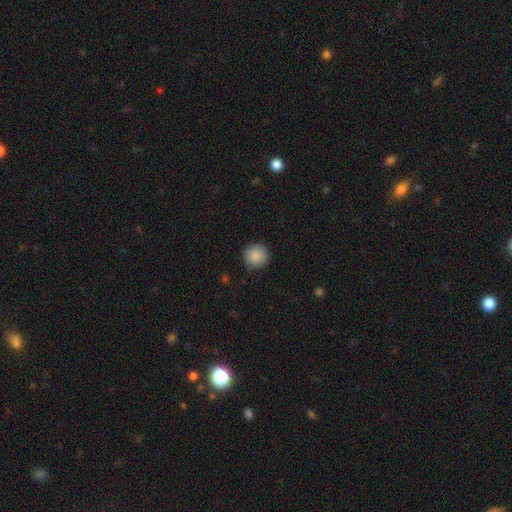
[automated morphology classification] Smooth or featured? smooth (88%)
How rounded? round (95%)
Merging? none (87%)